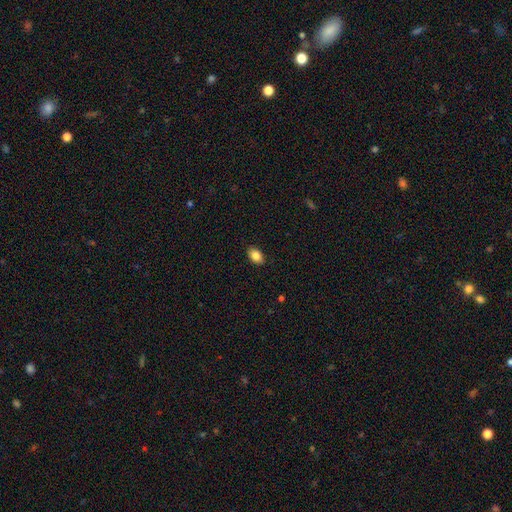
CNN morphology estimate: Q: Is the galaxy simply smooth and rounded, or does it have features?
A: smooth — 85%.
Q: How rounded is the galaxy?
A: in between — 87%.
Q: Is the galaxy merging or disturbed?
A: none — 89%.